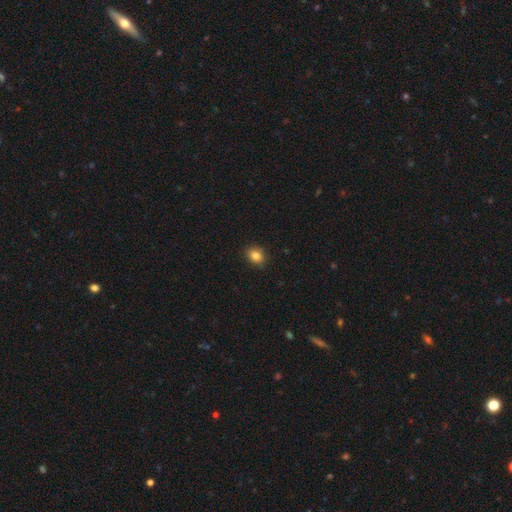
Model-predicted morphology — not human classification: This appears to be a smooth galaxy with no disk features (84%) that is in between round and cigar-shaped (52%). Merging: none (86%).